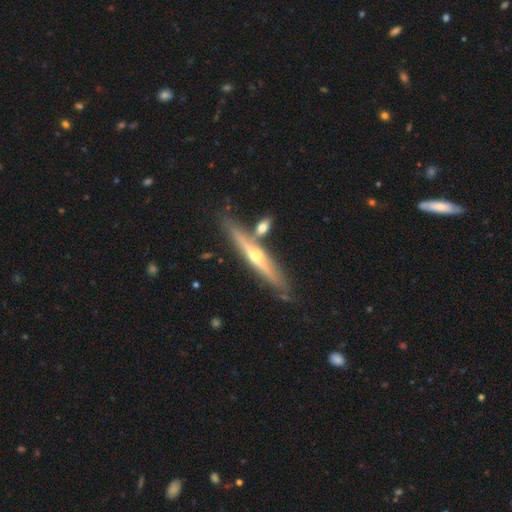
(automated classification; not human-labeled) Smooth or featured?
  - featured or disk: 75% *
  - smooth: 19%
  - star or artifact: 6%
Edge-on disk?
  - yes: 95% *
  - no: 5%
Edge-on bulge?
  - rounded: 89% *
  - none: 9%
  - boxy: 2%
Merging?
  - none: 76% *
  - minor disturbance: 11%
  - merger: 10%
  - major disturbance: 3%